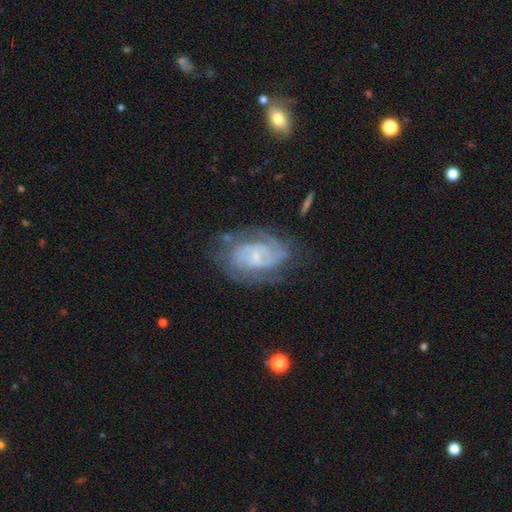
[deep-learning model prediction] This is clearly a featured or disk galaxy (83%). It is clearly not viewed edge-on (97%). Bar: possibly no (50%). Spiral arm pattern: clearly yes (94%). Spiral arm count: possibly 2 (50%). Spiral winding: possibly tight (57%). Central bulge: likely small (68%). Merging: likely none (68%).